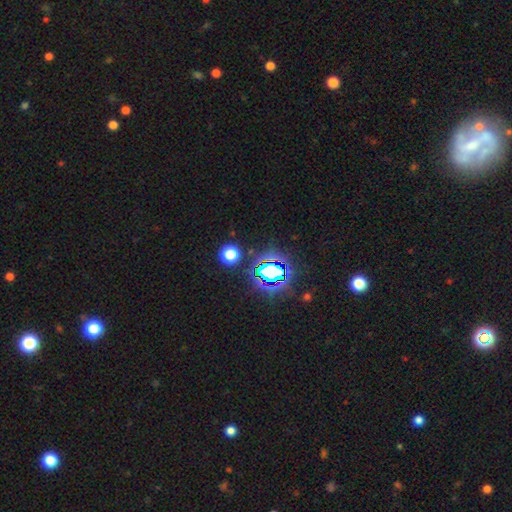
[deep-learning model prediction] Smooth or featured? Predicted: star or artifact (p=0.77).